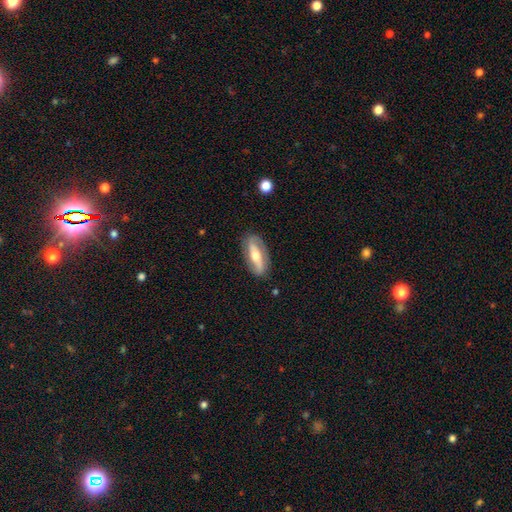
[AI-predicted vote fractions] A featured or disk galaxy (68%) with a strong bar (52%), spiral arms (71%) and a moderate central bulge (69%).

Vote fractions:
- Smooth or featured? featured or disk: 68% / smooth: 26% / star or artifact: 5%
- Edge-on disk? no: 75% / yes: 25%
- Bar? strong: 52% / no: 25% / weak: 23%
- Spiral arms? yes: 71% / no: 29%
- Bulge size? moderate: 69% / small: 20% / large: 8% / dominant: 1% / none: 1%
- Merging? none: 82% / minor disturbance: 13% / major disturbance: 4% / merger: 1%